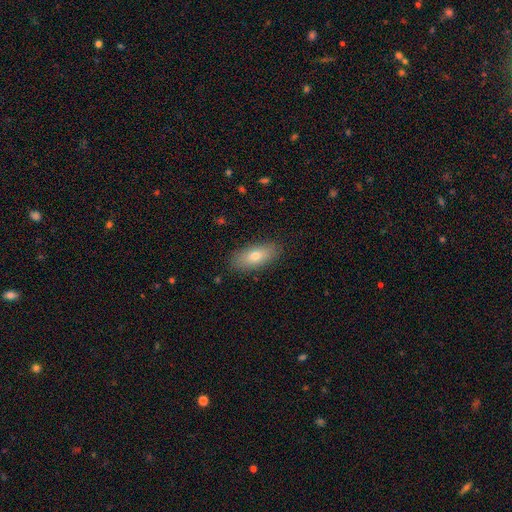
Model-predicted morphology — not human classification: Smooth or featured?
  - smooth: 74% *
  - featured or disk: 19%
  - star or artifact: 7%
How rounded?
  - in between: 82% *
  - cigar-shaped: 15%
  - round: 4%
Merging?
  - none: 87% *
  - minor disturbance: 9%
  - major disturbance: 2%
  - merger: 1%